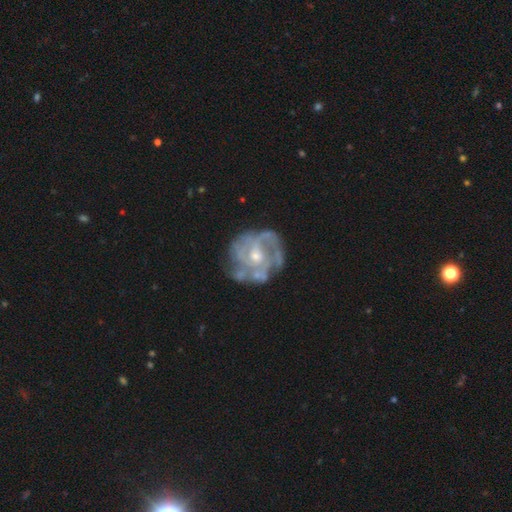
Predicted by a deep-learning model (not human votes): This is clearly a featured or disk galaxy (80%). It is clearly not viewed edge-on (98%). Bar: likely no (66%). Spiral arm pattern: likely yes (70%). Spiral arm count: marginally can't tell (44%). Spiral winding: possibly tight (51%). Central bulge: possibly moderate (50%). Merging: likely none (62%).